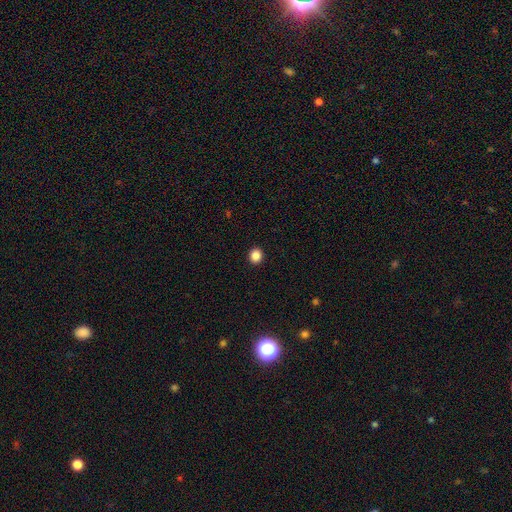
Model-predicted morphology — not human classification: A smooth galaxy with no disk features (86%) that is round (79%).

Vote fractions:
- Smooth or featured? smooth: 86% / star or artifact: 11% / featured or disk: 3%
- How rounded? round: 79% / in between: 20% / cigar-shaped: 1%
- Merging? none: 93% / minor disturbance: 5% / major disturbance: 2% / merger: 1%